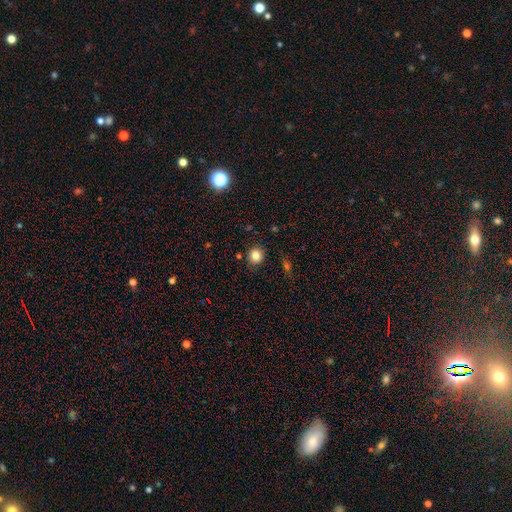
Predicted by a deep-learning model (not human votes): Smooth or featured? smooth (82%)
How rounded? round (86%)
Merging? none (87%)